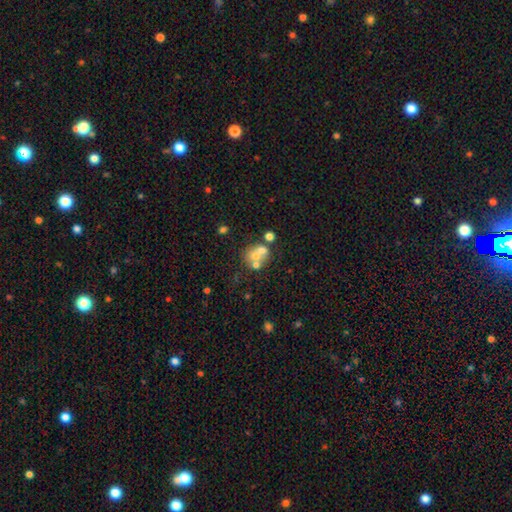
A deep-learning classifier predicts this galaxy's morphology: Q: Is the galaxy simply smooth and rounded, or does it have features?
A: smooth — 53%.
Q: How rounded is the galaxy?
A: round — 70%.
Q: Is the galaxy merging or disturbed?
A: merger — 48%.